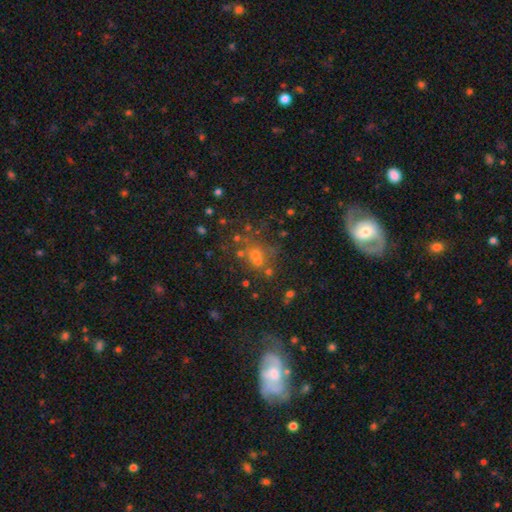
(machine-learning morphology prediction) Smooth or featured? smooth (46%)
Merging? none (53%)